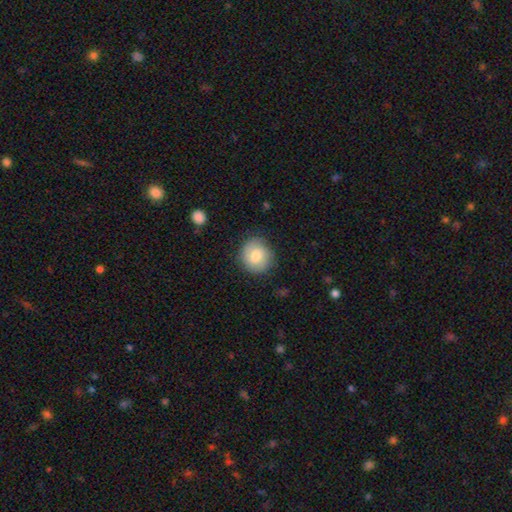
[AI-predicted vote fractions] Smooth or featured? smooth (77%)
How rounded? round (83%)
Merging? none (82%)